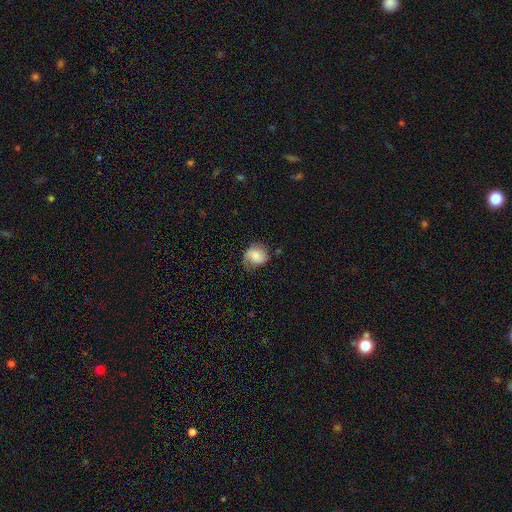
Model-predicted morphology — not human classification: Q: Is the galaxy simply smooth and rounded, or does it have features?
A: smooth — 62%.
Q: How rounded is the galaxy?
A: round — 73%.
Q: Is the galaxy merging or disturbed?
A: none — 55%.